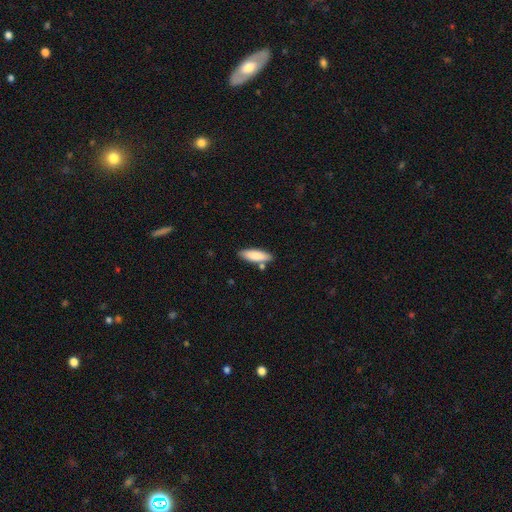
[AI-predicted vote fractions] Smooth or featured? smooth (84%)
How rounded? in between (53%)
Merging? none (79%)